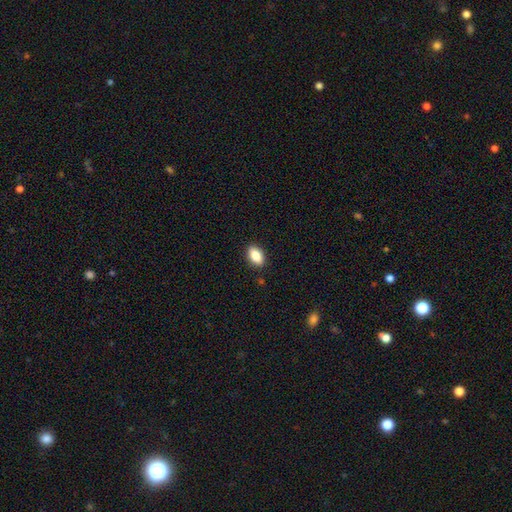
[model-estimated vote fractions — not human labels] A smooth galaxy with no disk features (84%) that is in between round and cigar-shaped (88%).

Vote fractions:
- Smooth or featured? smooth: 84% / featured or disk: 8% / star or artifact: 8%
- How rounded? in between: 88% / round: 7% / cigar-shaped: 4%
- Merging? none: 88% / minor disturbance: 9% / major disturbance: 2% / merger: 1%